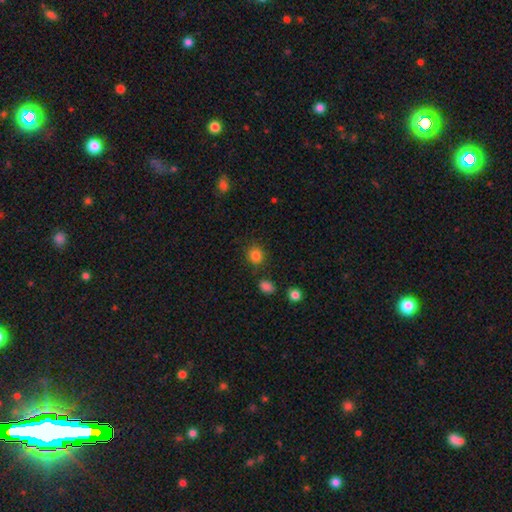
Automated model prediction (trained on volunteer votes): Overall: smooth (84%). How rounded: round (81%). Merging: none (82%).